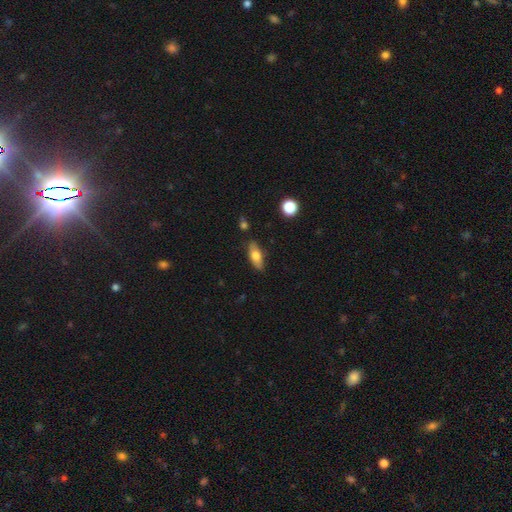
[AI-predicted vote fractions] Smooth or featured: smooth — 67% (featured or disk — 26%)
How rounded: in between — 72% (cigar-shaped — 24%)
Merging: none — 82% (minor disturbance — 13%)